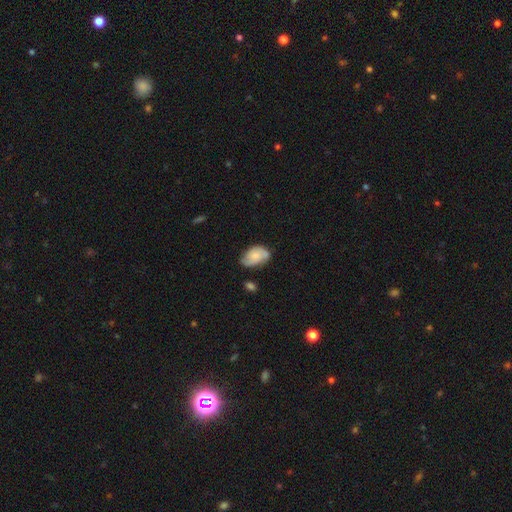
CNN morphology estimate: smooth 53%, featured or disk 39%, star or artifact 8%. Down the decision tree: how rounded — in between (89%); merging — none (59%).